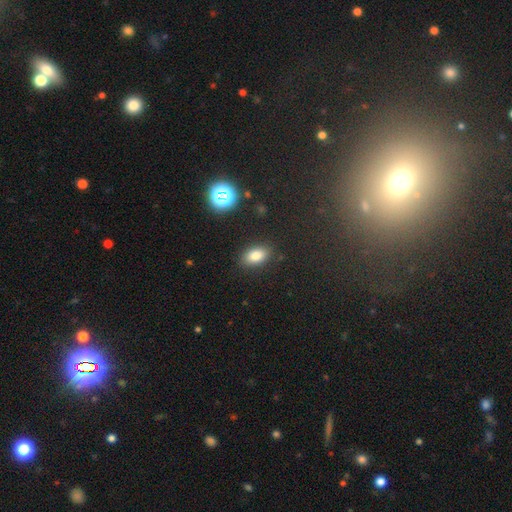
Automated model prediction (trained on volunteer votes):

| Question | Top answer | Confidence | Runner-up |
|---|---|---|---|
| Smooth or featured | smooth | 80% | star or artifact (11%) |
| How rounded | in between | 88% | round (10%) |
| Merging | none | 86% | minor disturbance (10%) |